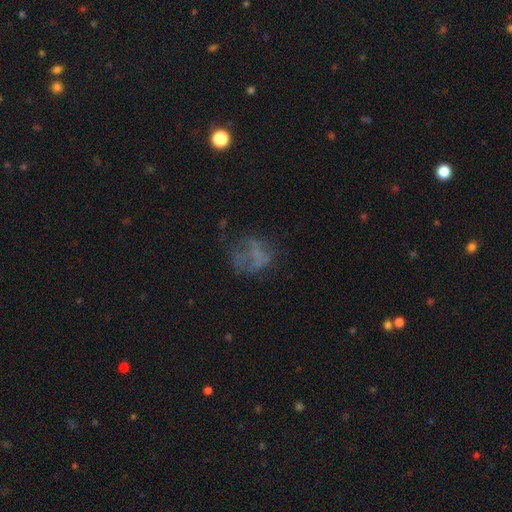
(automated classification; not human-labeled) A featured or disk galaxy (40%).

Vote fractions:
- Smooth or featured? featured or disk: 40% / smooth: 39% / star or artifact: 21%
- Merging? none: 45% / major disturbance: 32% / minor disturbance: 20% / merger: 4%